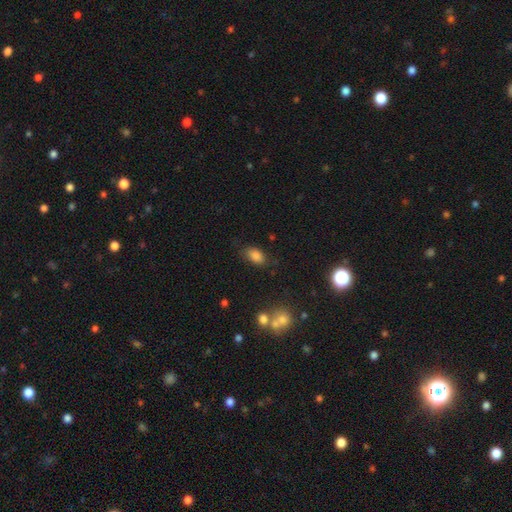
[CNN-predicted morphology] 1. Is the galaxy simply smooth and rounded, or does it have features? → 83% smooth, 10% star or artifact, 7% featured or disk.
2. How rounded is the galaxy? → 90% in between, 8% round, 3% cigar-shaped.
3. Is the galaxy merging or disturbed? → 74% none, 18% minor disturbance, 5% major disturbance, 3% merger.